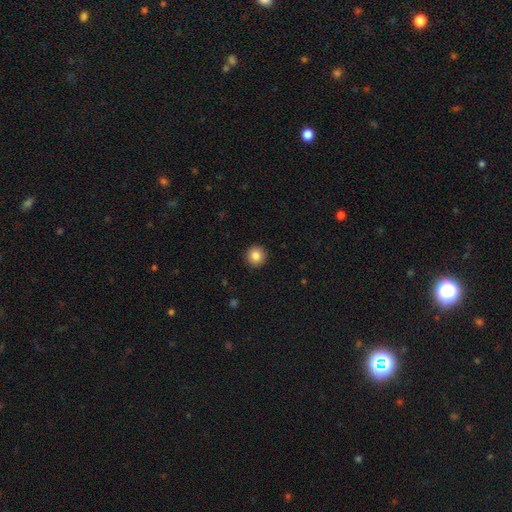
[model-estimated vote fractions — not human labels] smooth_or_featured: smooth (p=0.85) [alt: star or artifact p=0.09]
how_rounded: round (p=0.95) [alt: in between p=0.04]
merging: none (p=0.93) [alt: minor disturbance p=0.05]